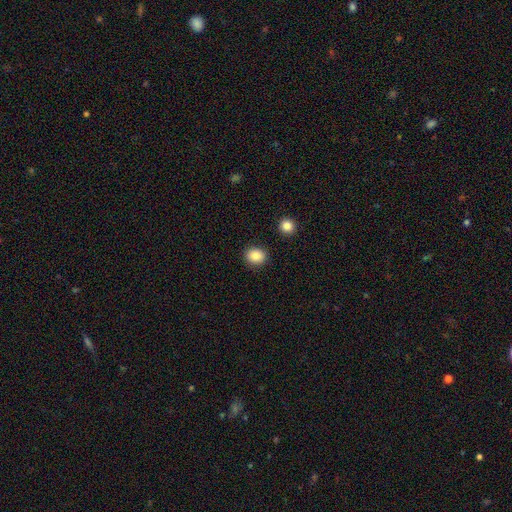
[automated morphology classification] Smooth or featured?
  - smooth: 85% *
  - star or artifact: 9%
  - featured or disk: 5%
How rounded?
  - round: 69% *
  - in between: 30%
  - cigar-shaped: 1%
Merging?
  - none: 88% *
  - minor disturbance: 7%
  - merger: 2%
  - major disturbance: 2%